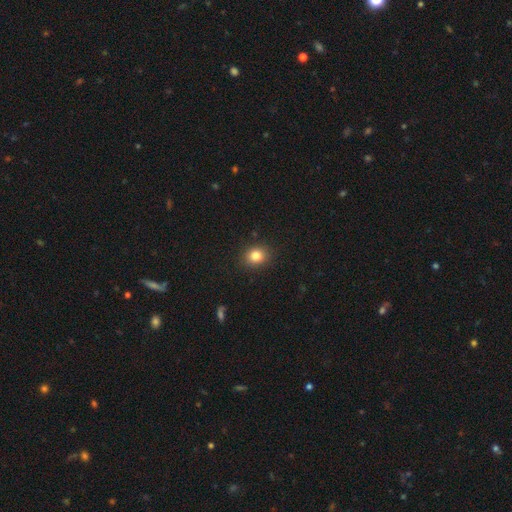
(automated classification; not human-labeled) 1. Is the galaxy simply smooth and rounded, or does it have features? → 83% smooth, 11% star or artifact, 6% featured or disk.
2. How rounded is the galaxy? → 73% round, 26% in between, 1% cigar-shaped.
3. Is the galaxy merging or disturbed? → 89% none, 8% minor disturbance, 2% major disturbance, 1% merger.